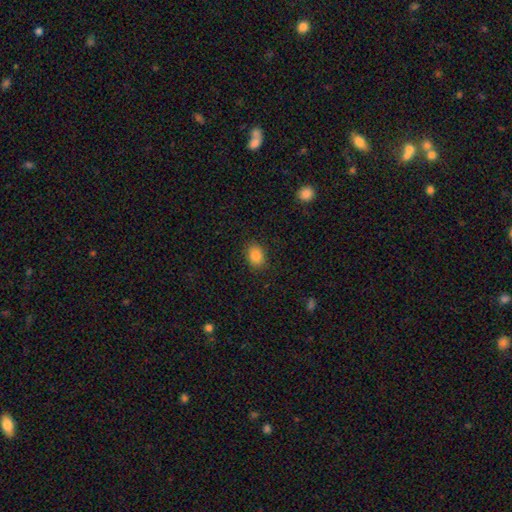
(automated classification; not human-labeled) smooth_or_featured: smooth (p=0.86) [alt: star or artifact p=0.09]
how_rounded: in between (p=0.69) [alt: round p=0.29]
merging: none (p=0.87) [alt: minor disturbance p=0.09]